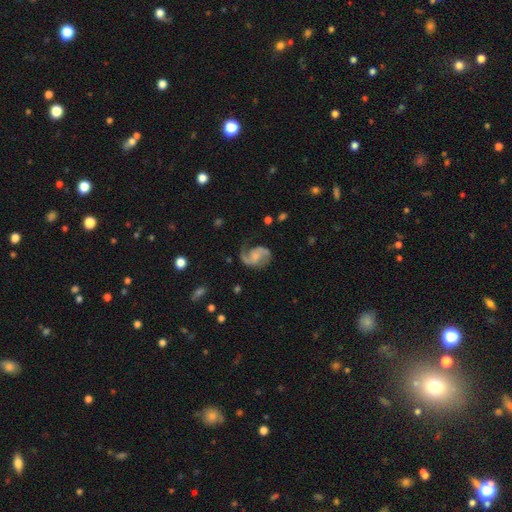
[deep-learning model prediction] featured or disk 88%, smooth 7%, star or artifact 5%. Down the decision tree: edge-on disk — no (98%); bar — no (53%); spiral arms — yes (97%); spiral arm count — 2 (90%); spiral winding — medium (52%); bulge size — small (40%); merging — none (71%).